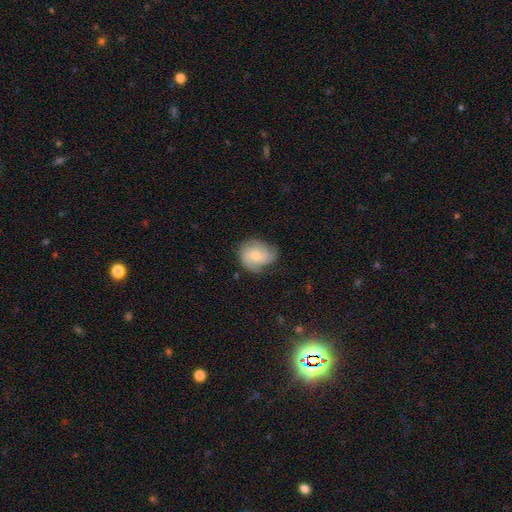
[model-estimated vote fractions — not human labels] A featured or disk galaxy (58%) with no bar (74%), 3 (40%) tight (44%) spiral arms (90%) and a small central bulge (48%). Merging: none (64%).